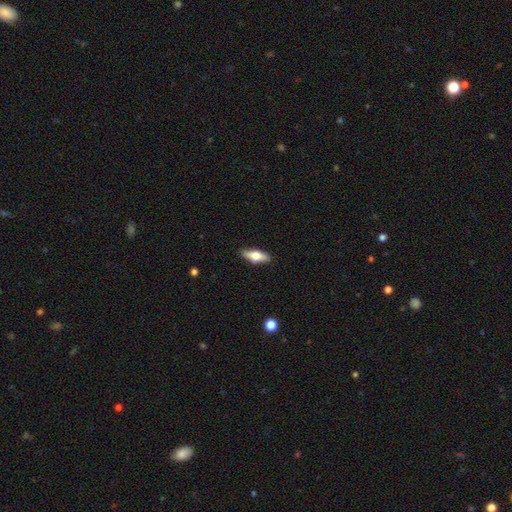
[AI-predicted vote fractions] Smooth or featured?
  - smooth: 62% *
  - featured or disk: 32%
  - star or artifact: 6%
How rounded?
  - in between: 61% *
  - cigar-shaped: 36%
  - round: 3%
Merging?
  - none: 88% *
  - minor disturbance: 9%
  - major disturbance: 2%
  - merger: 1%